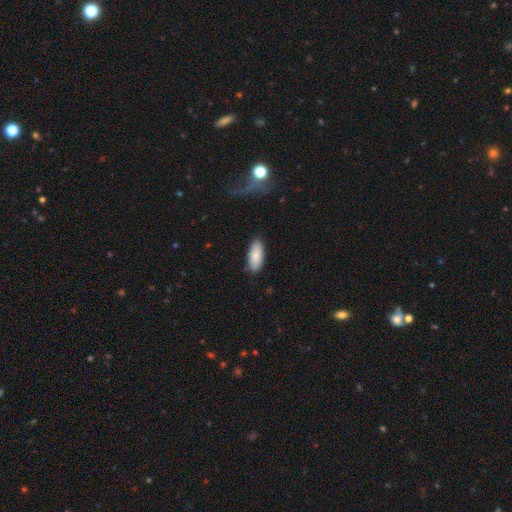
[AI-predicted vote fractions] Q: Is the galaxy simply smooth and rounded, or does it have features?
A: smooth — 87%.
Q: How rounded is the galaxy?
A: in between — 82%.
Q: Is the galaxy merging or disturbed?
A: none — 83%.